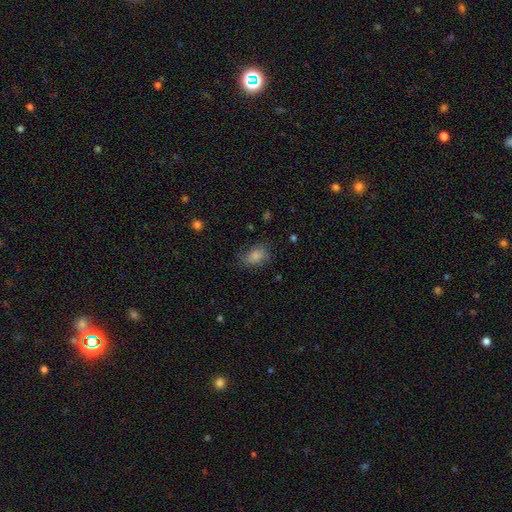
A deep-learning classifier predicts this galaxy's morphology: A smooth galaxy with no disk features (82%) that is in between round and cigar-shaped (81%).

Vote fractions:
- Smooth or featured? smooth: 82% / star or artifact: 9% / featured or disk: 9%
- How rounded? in between: 81% / round: 18% / cigar-shaped: 2%
- Merging? none: 68% / minor disturbance: 22% / major disturbance: 9% / merger: 1%